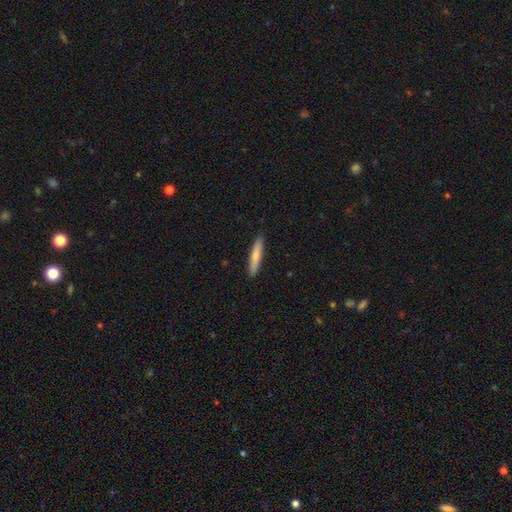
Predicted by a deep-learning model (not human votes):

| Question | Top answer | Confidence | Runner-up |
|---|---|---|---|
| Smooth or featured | smooth | 74% | featured or disk (21%) |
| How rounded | cigar-shaped | 90% | in between (9%) |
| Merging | none | 91% | minor disturbance (7%) |